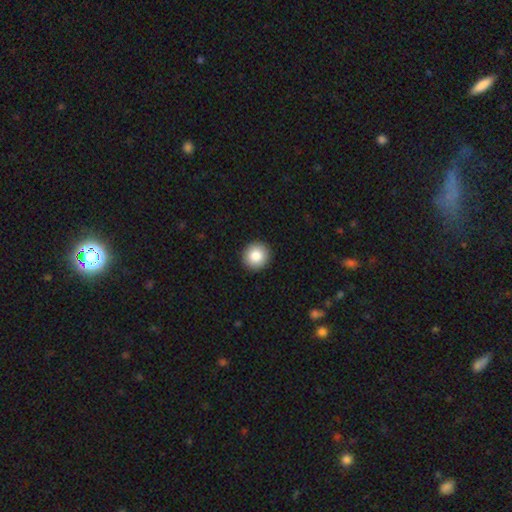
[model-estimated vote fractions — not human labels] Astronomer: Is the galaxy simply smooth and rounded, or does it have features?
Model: smooth — 85%.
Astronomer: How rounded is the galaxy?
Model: round — 93%.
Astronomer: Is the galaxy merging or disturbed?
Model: none — 93%.